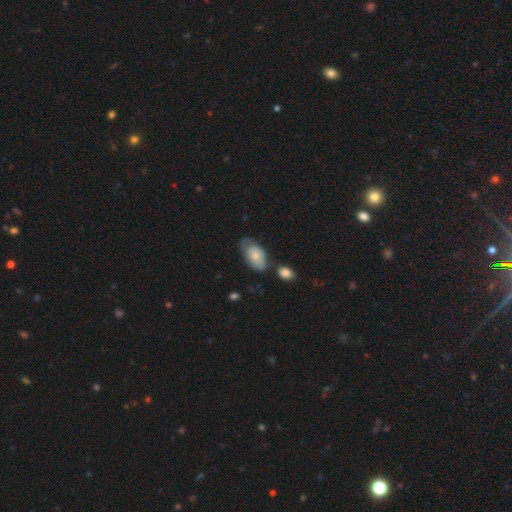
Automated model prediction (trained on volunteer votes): Q: Smooth or featured?
A: smooth (69%); runner-up: featured or disk (25%)
Q: How rounded?
A: in between (93%); runner-up: round (5%)
Q: Merging?
A: none (49%); runner-up: minor disturbance (30%)